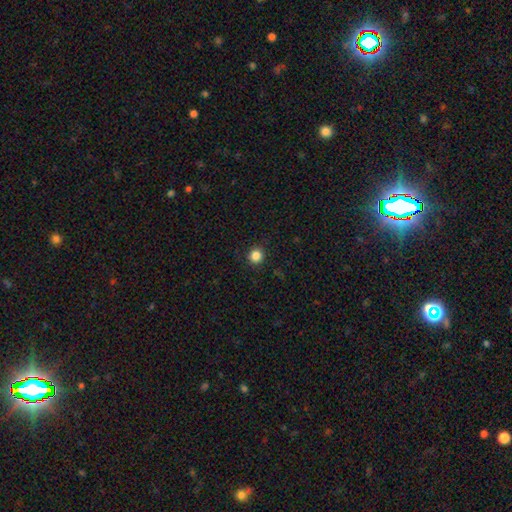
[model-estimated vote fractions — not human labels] Smooth or featured: smooth — 84% (star or artifact — 12%)
How rounded: round — 94% (in between — 5%)
Merging: none — 92% (minor disturbance — 6%)